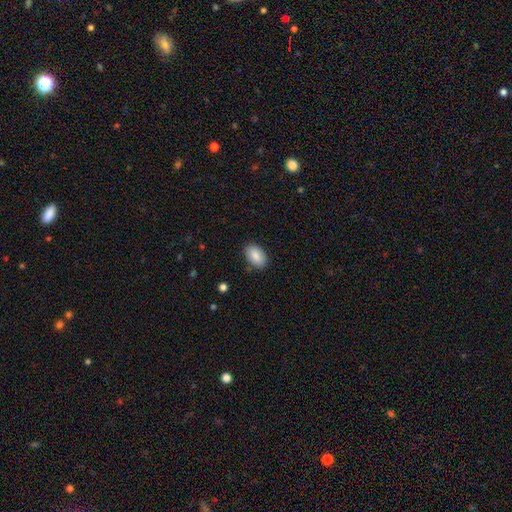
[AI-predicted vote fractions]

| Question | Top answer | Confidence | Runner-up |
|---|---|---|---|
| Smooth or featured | smooth | 86% | featured or disk (7%) |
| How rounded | in between | 91% | round (8%) |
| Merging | none | 87% | minor disturbance (10%) |